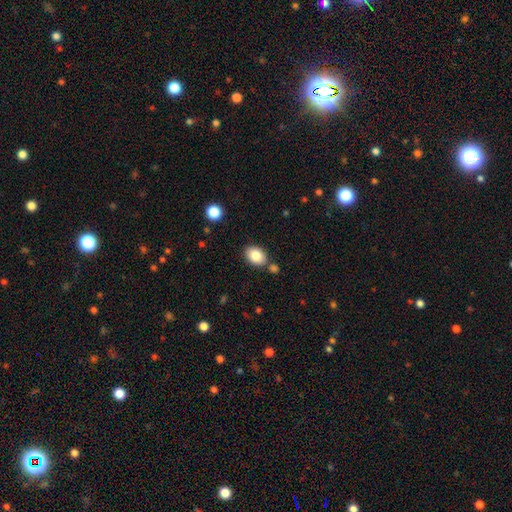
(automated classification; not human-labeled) smooth 85%, star or artifact 8%, featured or disk 7%. Down the decision tree: how rounded — in between (77%); merging — none (77%).